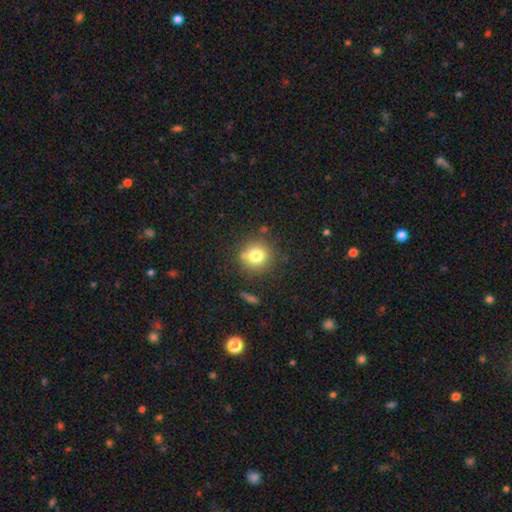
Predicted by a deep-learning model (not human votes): smooth-or-featured: smooth: 78% | star or artifact: 13% | featured or disk: 10%
  how-rounded: round: 90% | in between: 9% | cigar-shaped: 1%
  merging: none: 78% | minor disturbance: 11% | merger: 7% | major disturbance: 4%